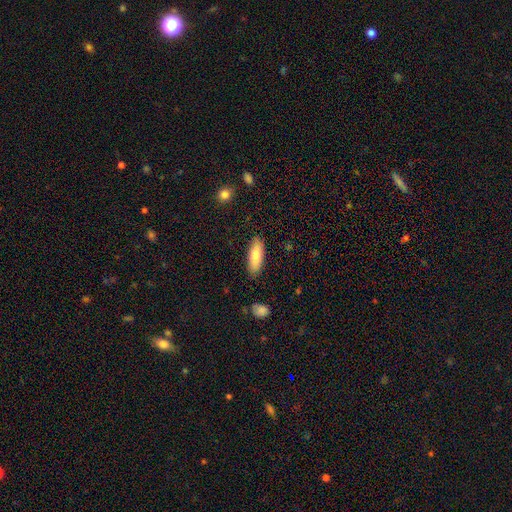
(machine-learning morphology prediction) A smooth galaxy with no disk features (80%) that is in between round and cigar-shaped (63%). Merging: none (87%).